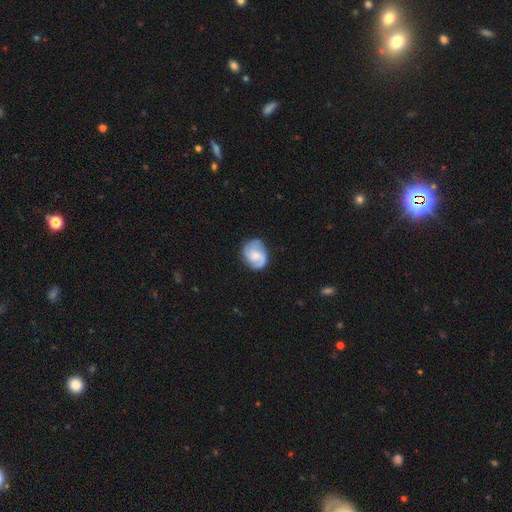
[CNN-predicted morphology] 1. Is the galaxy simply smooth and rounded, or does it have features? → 63% featured or disk, 31% smooth, 6% star or artifact.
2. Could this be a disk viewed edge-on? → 98% no, 2% yes.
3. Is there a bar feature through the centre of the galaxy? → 57% no, 37% weak, 6% strong.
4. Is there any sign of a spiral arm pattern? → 92% yes, 8% no.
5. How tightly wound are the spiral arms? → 48% medium, 27% tight, 25% loose.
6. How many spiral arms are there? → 70% 2, 11% 3, 11% can't tell, 4% 1, 2% 4, 2% more than 4.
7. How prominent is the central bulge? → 47% small, 40% moderate, 7% none, 4% large, 1% dominant.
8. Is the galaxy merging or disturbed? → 74% none, 19% minor disturbance, 6% major disturbance, 1% merger.